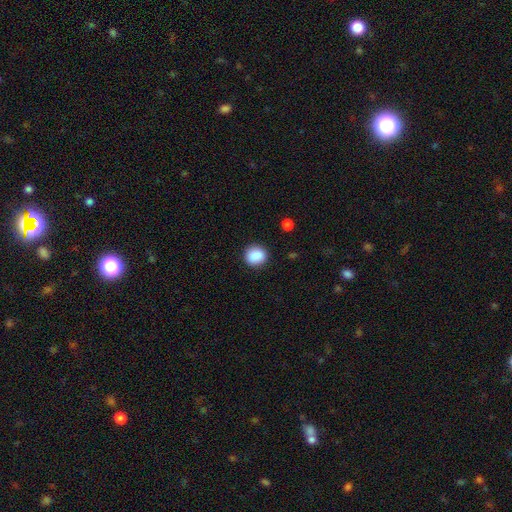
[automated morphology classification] Q: Smooth or featured?
A: smooth (88%); runner-up: star or artifact (9%)
Q: How rounded?
A: round (82%); runner-up: in between (17%)
Q: Merging?
A: none (88%); runner-up: minor disturbance (8%)